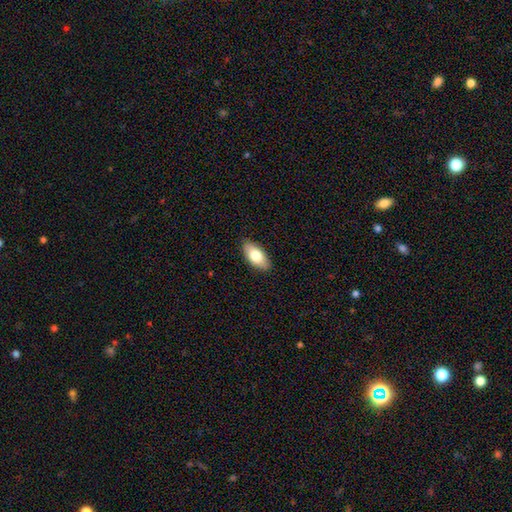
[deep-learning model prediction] Smooth or featured? smooth (78%)
How rounded? in between (91%)
Merging? none (88%)